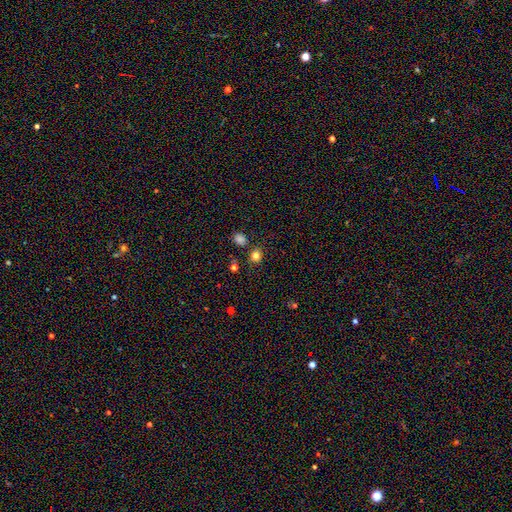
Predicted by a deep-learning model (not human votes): Smooth or featured? smooth (79%)
How rounded? round (76%)
Merging? none (80%)